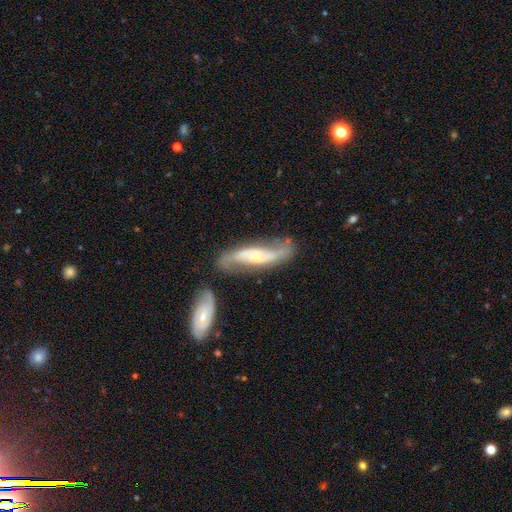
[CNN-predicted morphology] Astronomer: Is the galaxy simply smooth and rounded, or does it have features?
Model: featured or disk — 77%.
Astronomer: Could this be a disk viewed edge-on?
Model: no — 81%.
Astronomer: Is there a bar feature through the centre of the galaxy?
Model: no — 53%.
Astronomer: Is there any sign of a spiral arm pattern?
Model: yes — 89%.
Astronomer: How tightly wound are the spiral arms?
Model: loose — 59%.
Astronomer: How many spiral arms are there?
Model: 2 — 87%.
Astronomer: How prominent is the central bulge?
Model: small — 60% (runner-up: moderate, 35%).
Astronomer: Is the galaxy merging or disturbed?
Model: none — 56%.